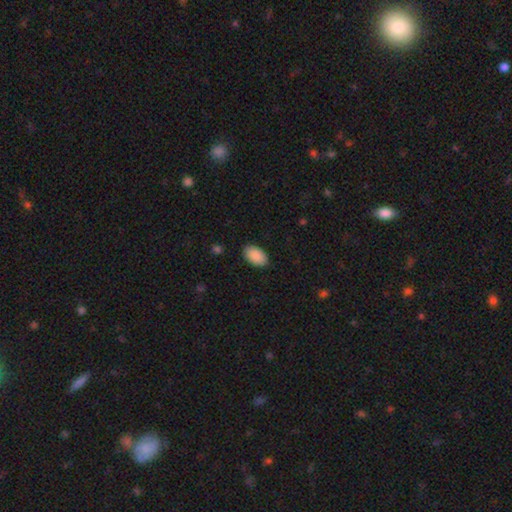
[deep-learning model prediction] Smooth or featured: smooth — 90% (star or artifact — 6%)
How rounded: in between — 94% (round — 5%)
Merging: none — 88% (minor disturbance — 9%)